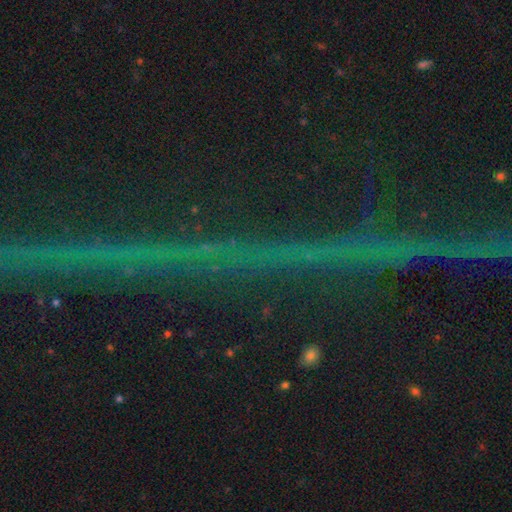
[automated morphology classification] Smooth or featured?
  - star or artifact: 82% *
  - featured or disk: 11%
  - smooth: 6%